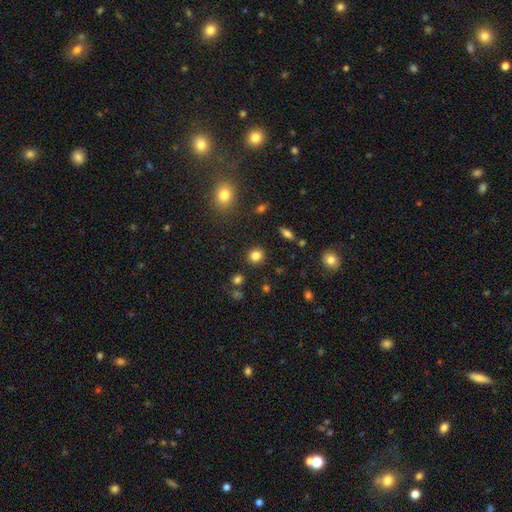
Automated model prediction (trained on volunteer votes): smooth 83%, star or artifact 12%, featured or disk 5%. Down the decision tree: how rounded — round (87%); merging — none (90%).